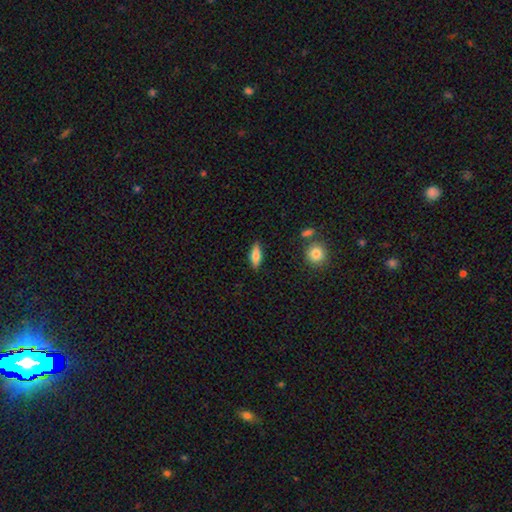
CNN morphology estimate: smooth 72%, featured or disk 21%, star or artifact 7%. Down the decision tree: how rounded — in between (60%); merging — none (86%).